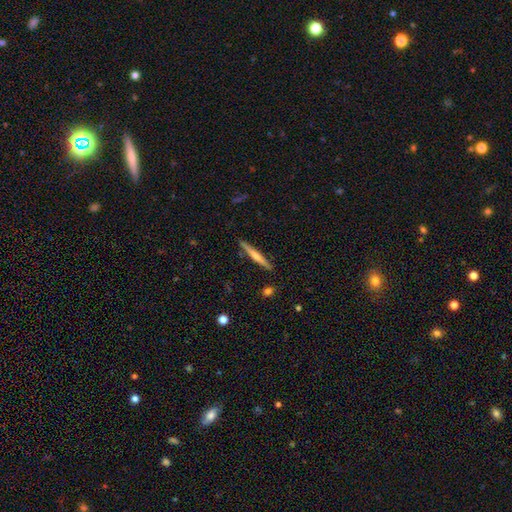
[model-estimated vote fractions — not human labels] smooth-or-featured: featured or disk: 58% | smooth: 36% | star or artifact: 6%
  disk-edge-on: yes: 97% | no: 3%
    edge-on-bulge: rounded: 65% | none: 28% | boxy: 7%
  merging: none: 90% | minor disturbance: 7% | merger: 1% | major disturbance: 1%